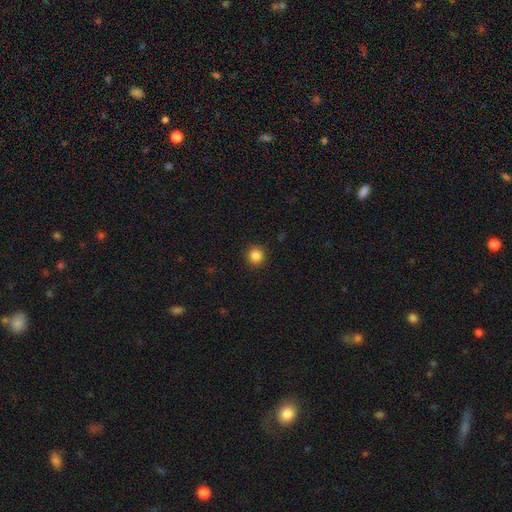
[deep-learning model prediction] Smooth or featured? Predicted: smooth (p=0.85). How rounded? Predicted: round (p=0.94). Merging? Predicted: none (p=0.92).